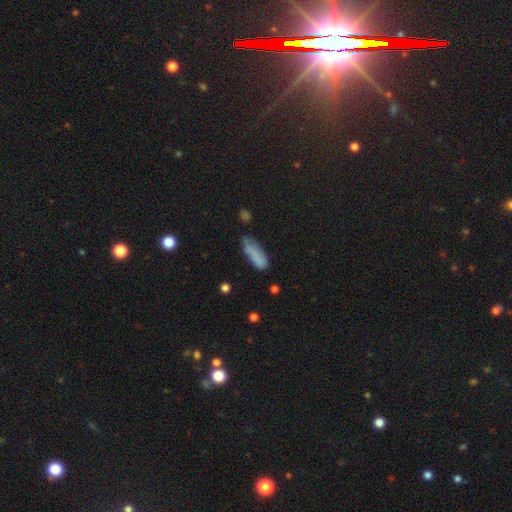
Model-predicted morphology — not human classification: smooth_or_featured: smooth (p=0.76) [alt: featured or disk p=0.15]
how_rounded: in between (p=0.56) [alt: cigar-shaped p=0.42]
merging: none (p=0.47) [alt: minor disturbance p=0.34]